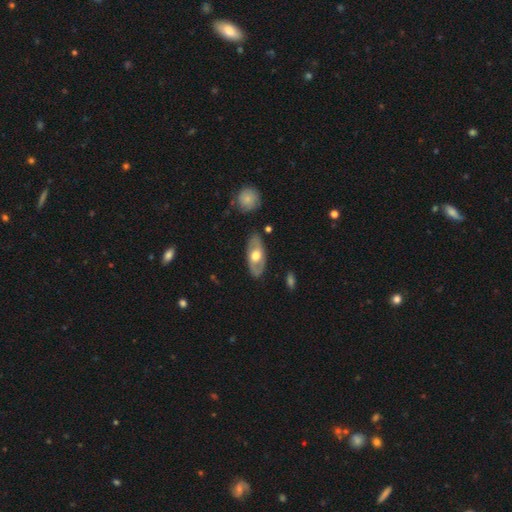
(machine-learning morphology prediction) A featured or disk galaxy (53%). Merging: none (83%).